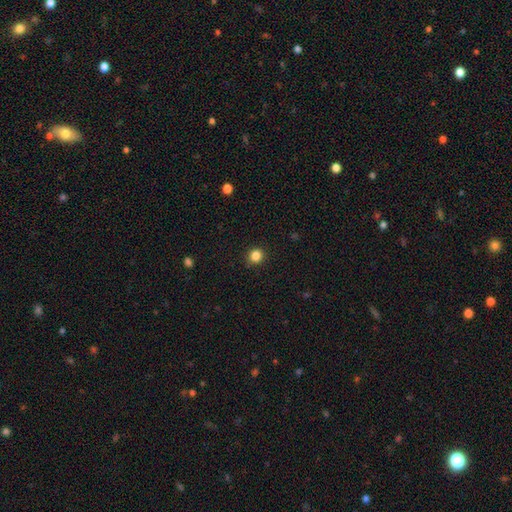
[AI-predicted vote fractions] Smooth or featured? Predicted: smooth (p=0.84). How rounded? Predicted: round (p=0.91). Merging? Predicted: none (p=0.91).